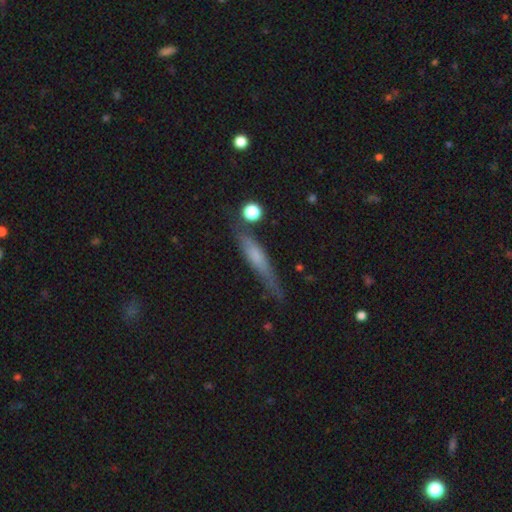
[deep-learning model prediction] Q: Smooth or featured?
A: smooth (52%); runner-up: featured or disk (40%)
Q: How rounded?
A: cigar-shaped (87%); runner-up: in between (10%)
Q: Merging?
A: none (70%); runner-up: minor disturbance (20%)